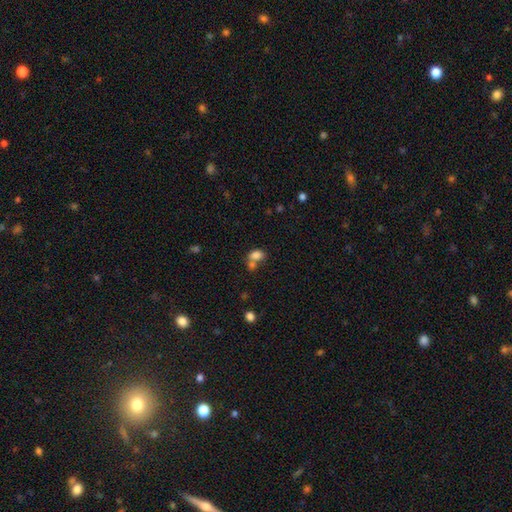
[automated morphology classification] Q: Smooth or featured?
A: smooth (80%); runner-up: star or artifact (11%)
Q: How rounded?
A: in between (74%); runner-up: round (25%)
Q: Merging?
A: merger (47%); runner-up: none (37%)